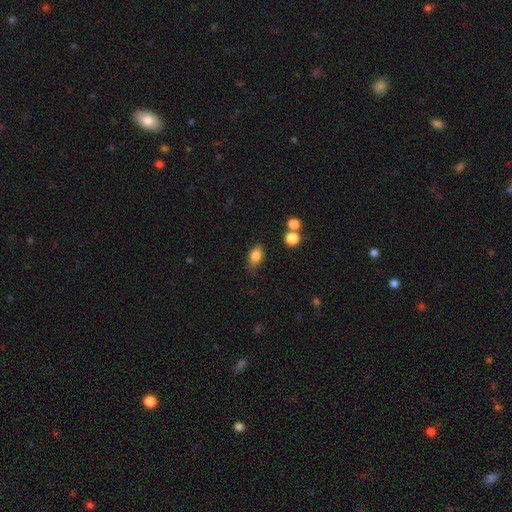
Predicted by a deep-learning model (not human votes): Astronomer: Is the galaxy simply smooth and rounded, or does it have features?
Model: smooth — 82%.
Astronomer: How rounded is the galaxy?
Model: in between — 81%.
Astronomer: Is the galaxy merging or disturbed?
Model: none — 69%.